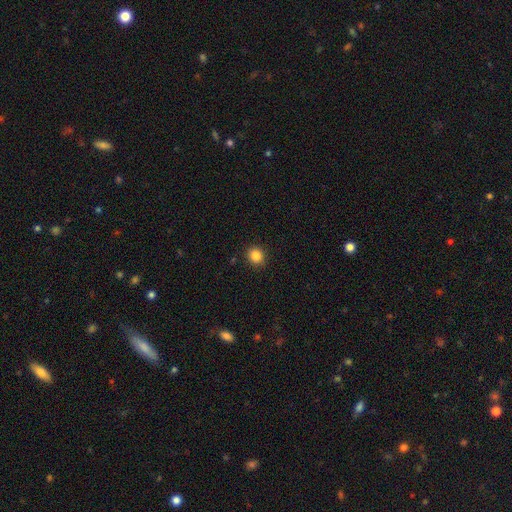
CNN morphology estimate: This appears to be a smooth galaxy with no disk features (85%) that is round (83%). Merging: none (91%).